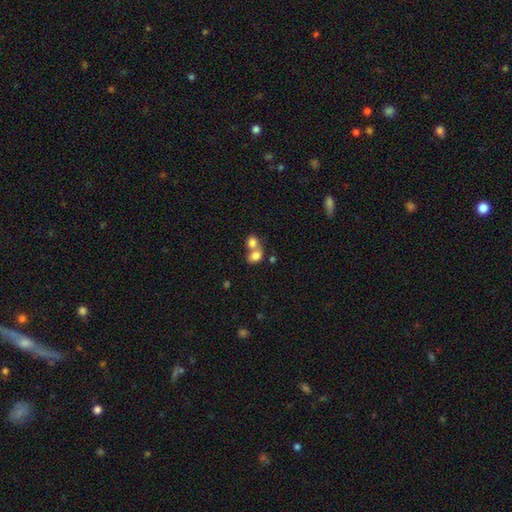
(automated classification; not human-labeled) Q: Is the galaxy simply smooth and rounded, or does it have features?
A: smooth — 79%.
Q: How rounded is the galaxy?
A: in between — 54%.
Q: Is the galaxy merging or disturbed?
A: merger — 66%.